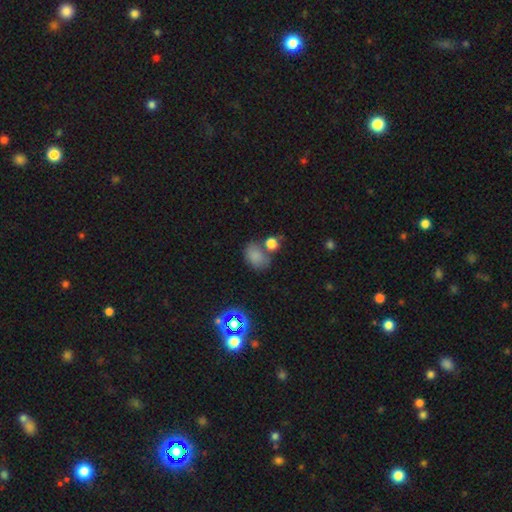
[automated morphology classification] type=smooth (76%); roundness=in between (68%); merging=none (50%).